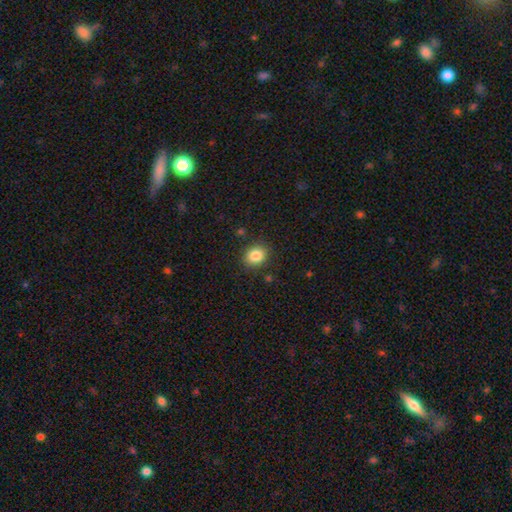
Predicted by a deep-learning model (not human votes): Q: Smooth or featured?
A: smooth (85%); runner-up: star or artifact (10%)
Q: How rounded?
A: round (62%); runner-up: in between (37%)
Q: Merging?
A: none (87%); runner-up: minor disturbance (9%)